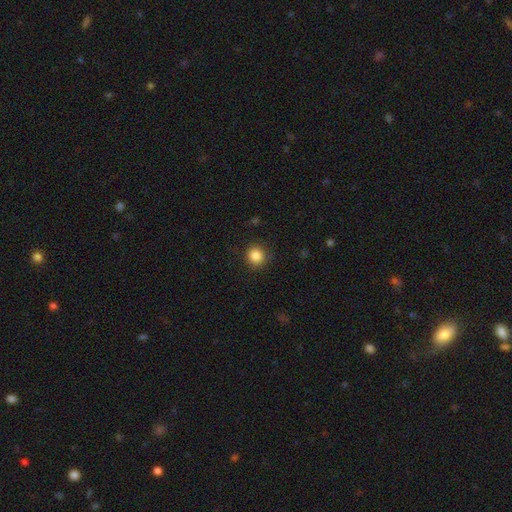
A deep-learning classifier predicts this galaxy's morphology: A smooth galaxy with no disk features (85%) that is round (91%). Merging: none (88%).